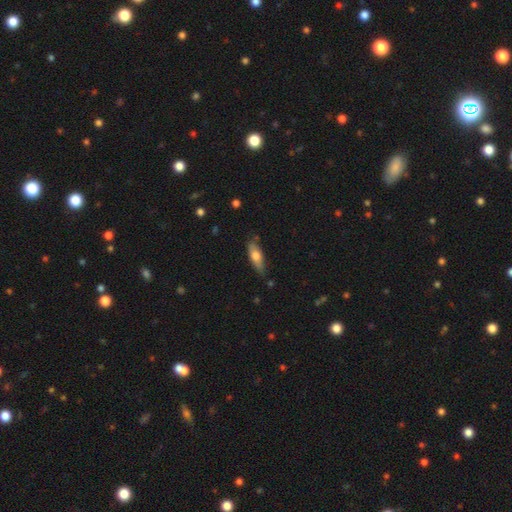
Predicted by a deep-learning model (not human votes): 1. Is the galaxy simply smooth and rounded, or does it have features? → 65% smooth, 29% featured or disk, 6% star or artifact.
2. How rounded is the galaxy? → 59% in between, 39% cigar-shaped, 2% round.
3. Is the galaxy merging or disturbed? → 74% none, 20% minor disturbance, 3% major disturbance, 3% merger.